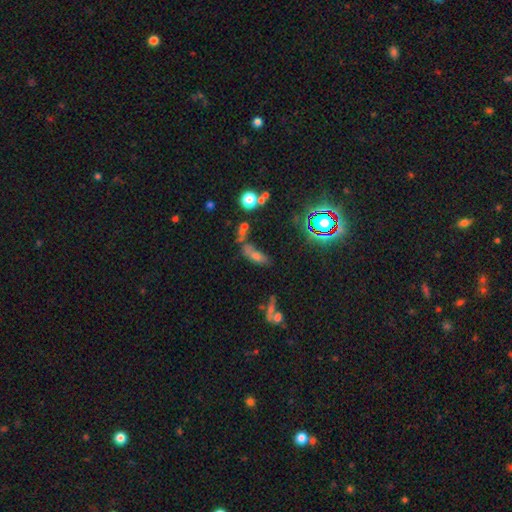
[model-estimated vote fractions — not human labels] star or artifact 44%, featured or disk 29%, smooth 27%.